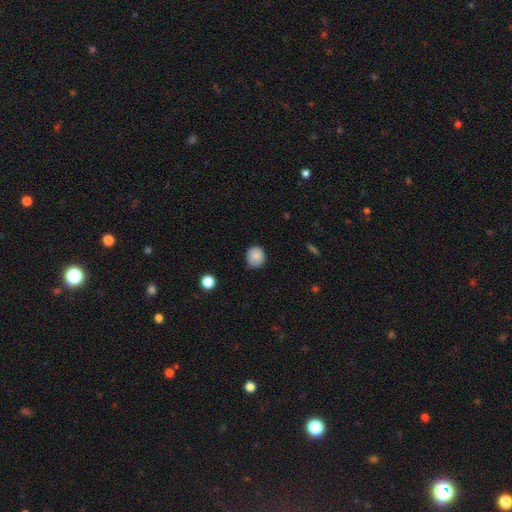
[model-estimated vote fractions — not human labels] smooth-or-featured: smooth: 87% | star or artifact: 9% | featured or disk: 4%
  how-rounded: round: 79% | in between: 20% | cigar-shaped: 1%
  merging: none: 78% | minor disturbance: 17% | major disturbance: 3% | merger: 1%